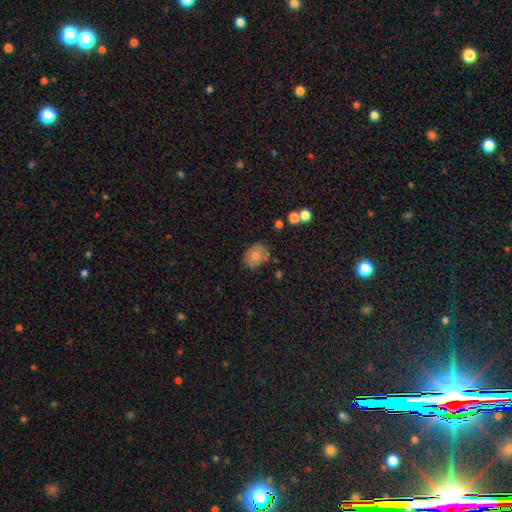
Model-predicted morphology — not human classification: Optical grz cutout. It shows a smooth galaxy with no disk features (75%) that is round (52%). Merging: none (77%).